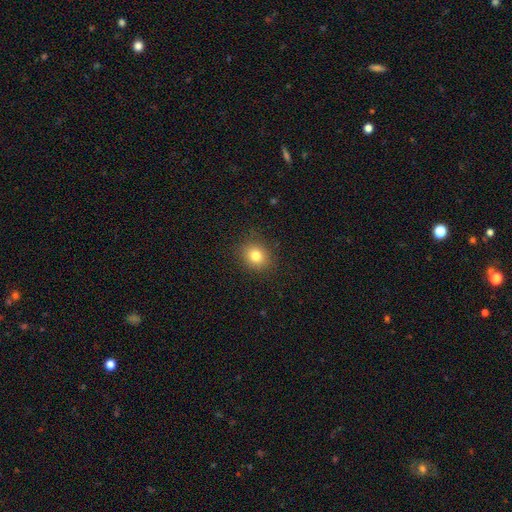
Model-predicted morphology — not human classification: The model was most divided on "how rounded": round: 71%, in between: 28%, cigar-shaped: 1%. More confident: merging — none (88%); smooth or featured — smooth (80%).